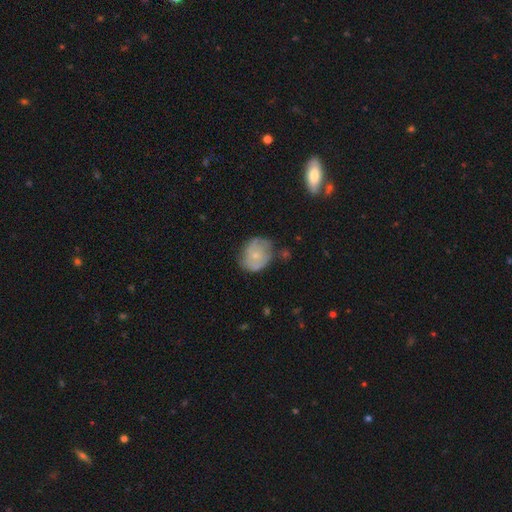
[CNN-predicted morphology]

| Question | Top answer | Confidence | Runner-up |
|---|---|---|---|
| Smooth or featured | smooth | 48% | featured or disk (45%) |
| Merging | none | 56% | minor disturbance (30%) |